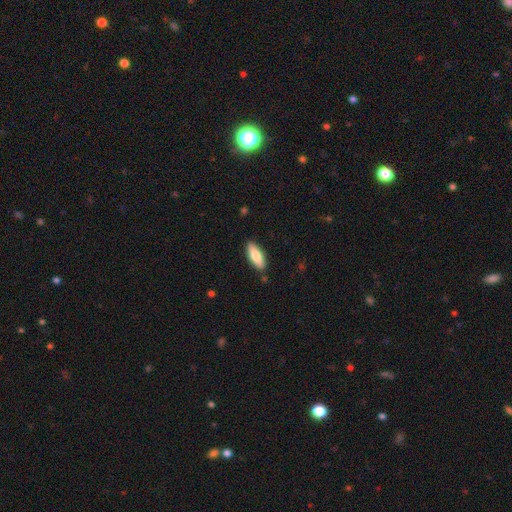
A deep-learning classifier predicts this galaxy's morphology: This appears to be a smooth galaxy with no disk features (79%) that is in between round and cigar-shaped (70%). Merging: none (87%).